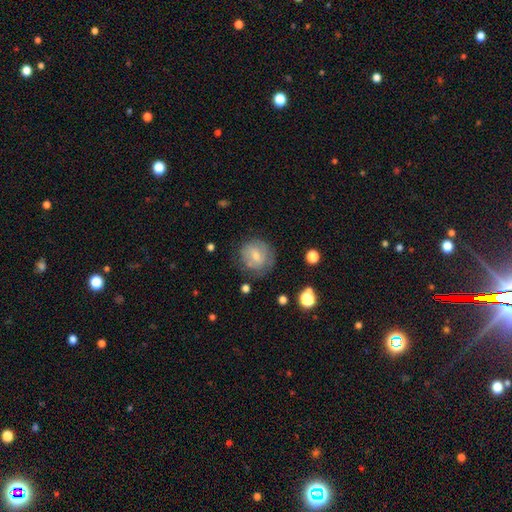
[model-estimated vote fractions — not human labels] Smooth or featured? smooth (58%)
How rounded? round (83%)
Merging? none (68%)